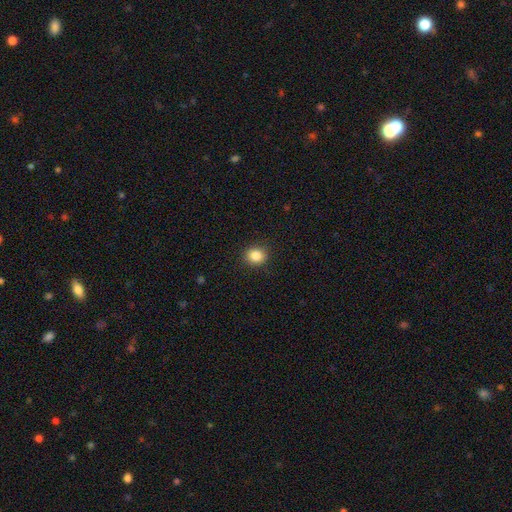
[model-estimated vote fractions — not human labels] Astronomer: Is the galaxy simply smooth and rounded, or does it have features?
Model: smooth — 86%.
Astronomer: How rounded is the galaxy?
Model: round — 77%.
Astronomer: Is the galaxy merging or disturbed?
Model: none — 90%.